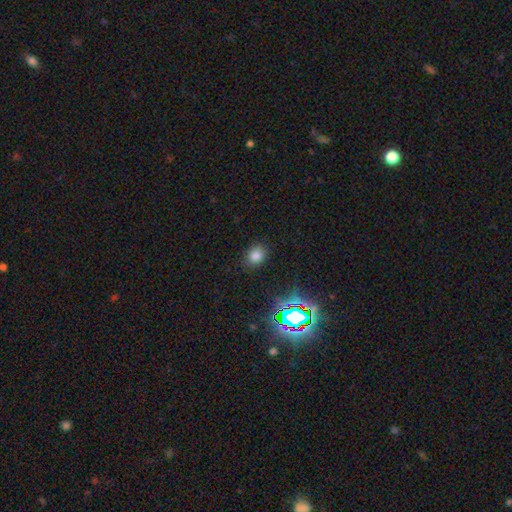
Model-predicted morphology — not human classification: A smooth galaxy with no disk features (75%) that is round (52%). Merging: none (85%).